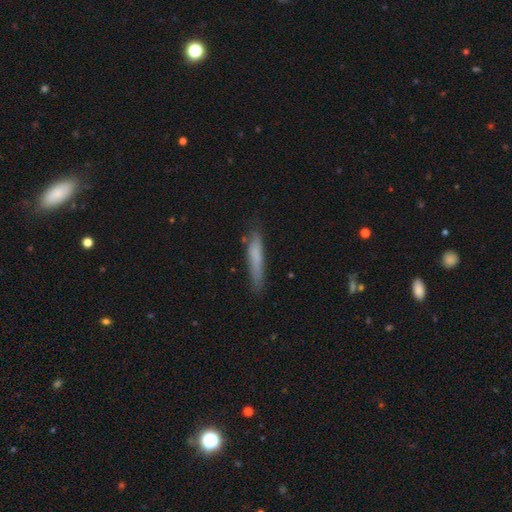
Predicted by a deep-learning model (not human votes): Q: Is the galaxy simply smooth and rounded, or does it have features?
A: smooth — 71%.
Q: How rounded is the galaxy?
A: cigar-shaped — 91%.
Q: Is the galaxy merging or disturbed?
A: none — 77%.